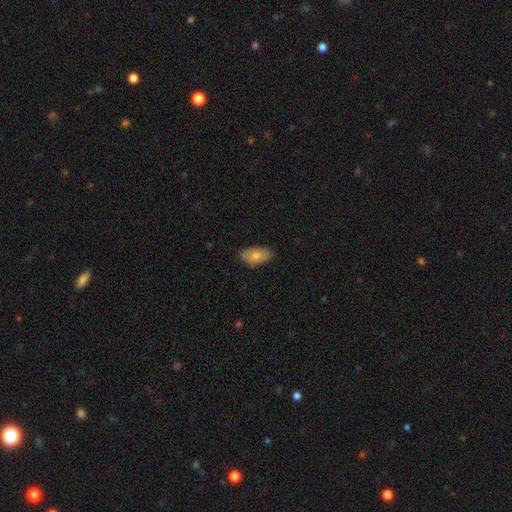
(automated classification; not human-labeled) Overall: smooth (75%). How rounded: in between (92%). Merging: none (80%).